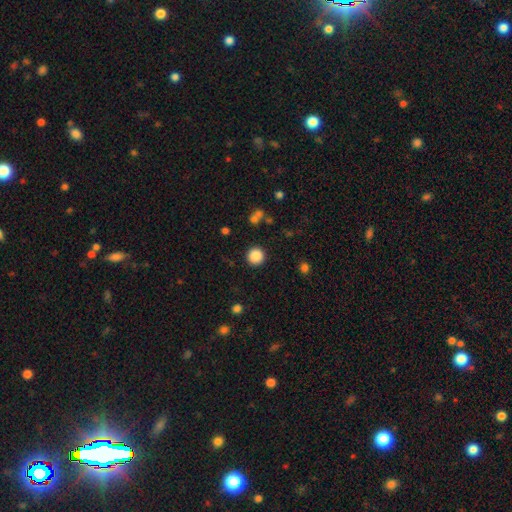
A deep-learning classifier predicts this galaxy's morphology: This is clearly a smooth galaxy (87%). How rounded: clearly round (95%). Merging: clearly none (90%).